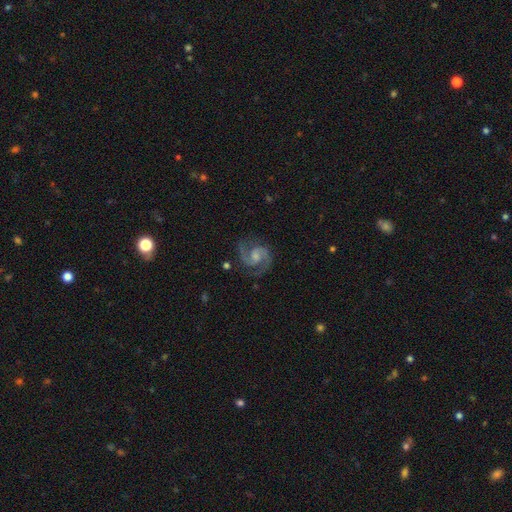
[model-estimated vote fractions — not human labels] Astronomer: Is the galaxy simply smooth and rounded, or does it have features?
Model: featured or disk — 91%.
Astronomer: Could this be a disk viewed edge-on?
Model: no — 98%.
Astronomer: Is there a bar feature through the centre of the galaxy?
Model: no — 55% (runner-up: weak, 38%).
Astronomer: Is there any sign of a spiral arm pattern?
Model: yes — 98%.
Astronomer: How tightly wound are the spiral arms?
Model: medium — 64%.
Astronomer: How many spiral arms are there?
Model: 2 — 93%.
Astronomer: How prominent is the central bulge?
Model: small — 39%, tied with moderate at 39%.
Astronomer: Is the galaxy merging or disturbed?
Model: none — 79%.